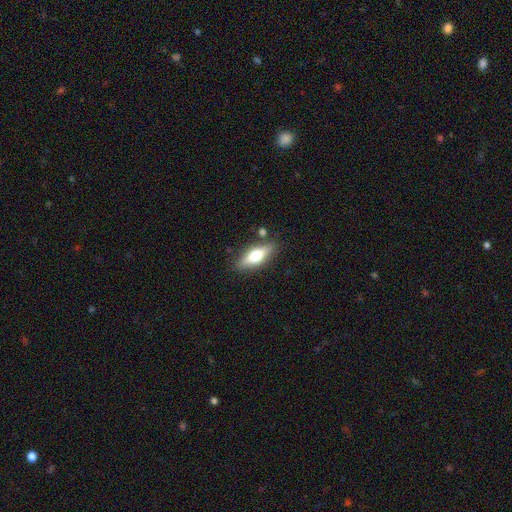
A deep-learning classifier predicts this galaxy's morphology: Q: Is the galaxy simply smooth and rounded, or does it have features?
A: smooth — 52%.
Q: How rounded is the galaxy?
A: in between — 59%.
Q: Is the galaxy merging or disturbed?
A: none — 81%.